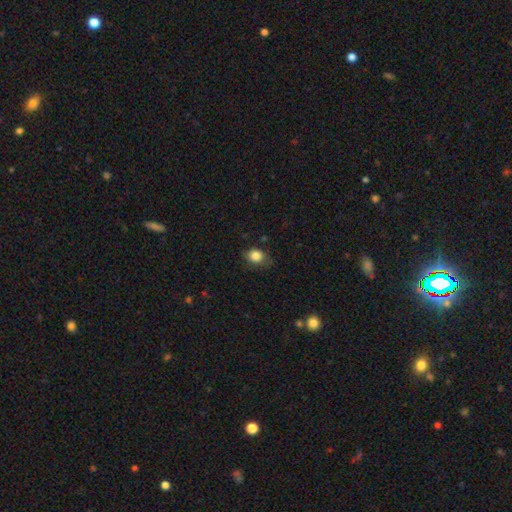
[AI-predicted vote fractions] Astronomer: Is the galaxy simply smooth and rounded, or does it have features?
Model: smooth — 85%.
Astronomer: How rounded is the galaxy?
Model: round — 50% (runner-up: in between, 49%).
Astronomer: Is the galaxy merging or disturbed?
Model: none — 72%.